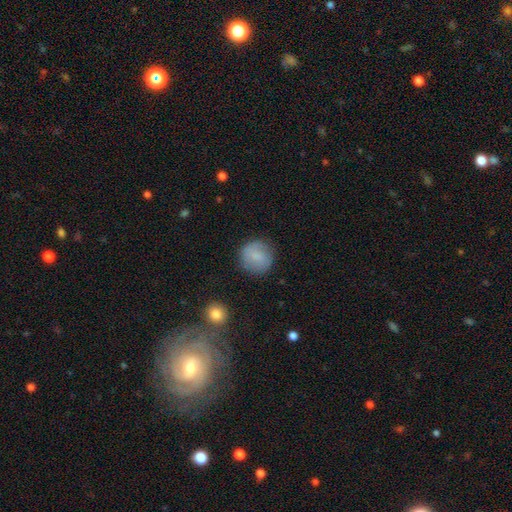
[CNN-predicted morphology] type=smooth (79%); roundness=round (91%); merging=none (84%).